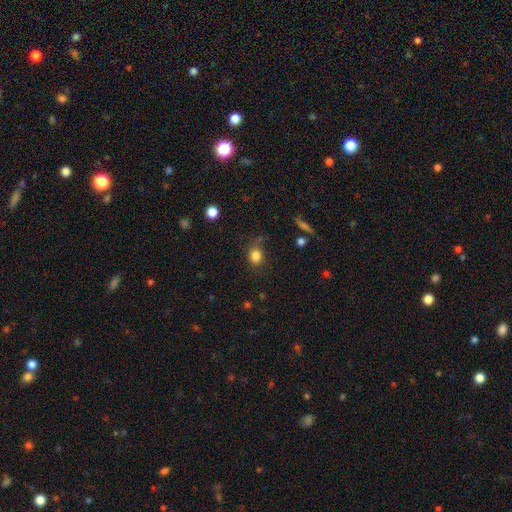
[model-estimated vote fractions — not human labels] Smooth or featured?
  - smooth: 83% *
  - star or artifact: 12%
  - featured or disk: 5%
How rounded?
  - round: 62% *
  - in between: 37%
  - cigar-shaped: 1%
Merging?
  - none: 72% *
  - minor disturbance: 19%
  - major disturbance: 6%
  - merger: 3%